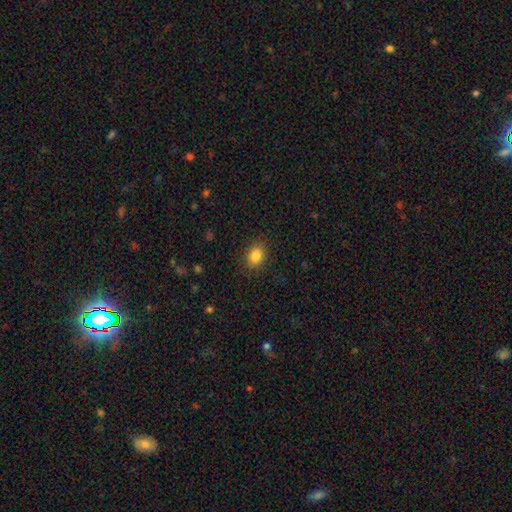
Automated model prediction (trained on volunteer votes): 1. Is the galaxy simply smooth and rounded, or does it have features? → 85% smooth, 10% star or artifact, 5% featured or disk.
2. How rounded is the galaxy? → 50% round, 49% in between, 1% cigar-shaped.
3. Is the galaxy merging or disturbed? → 88% none, 9% minor disturbance, 3% major disturbance, 1% merger.